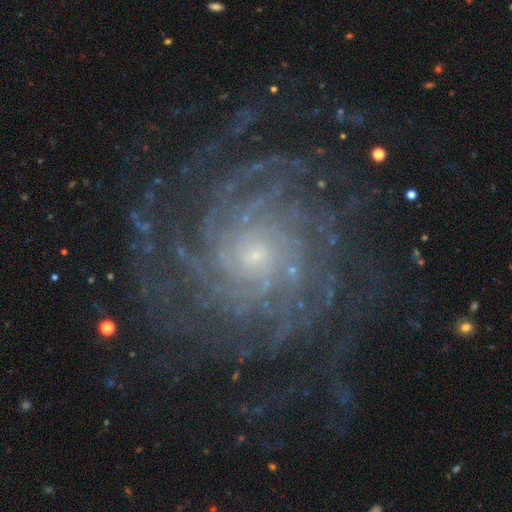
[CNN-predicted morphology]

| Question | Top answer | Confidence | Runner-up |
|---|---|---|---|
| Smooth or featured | featured or disk | 89% | star or artifact (7%) |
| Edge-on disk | no | 98% | yes (2%) |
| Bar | no | 75% | weak (19%) |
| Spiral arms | yes | 98% | no (2%) |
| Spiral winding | tight | 78% | medium (18%) |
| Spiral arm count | more than 4 | 36% | can't tell (18%) |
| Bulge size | small | 80% | moderate (15%) |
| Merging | none | 79% | minor disturbance (11%) |